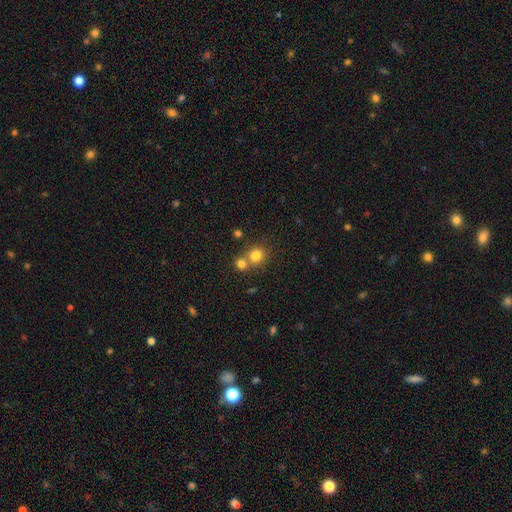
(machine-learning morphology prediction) Smooth or featured? smooth (79%)
How rounded? round (86%)
Merging? none (54%)